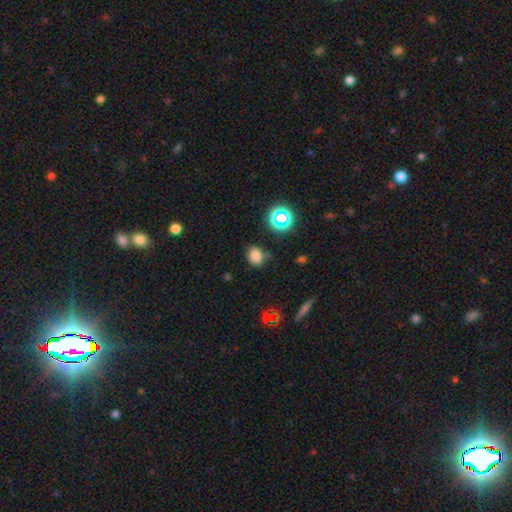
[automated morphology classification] type=smooth (75%); roundness=in between (59%); merging=none (74%).